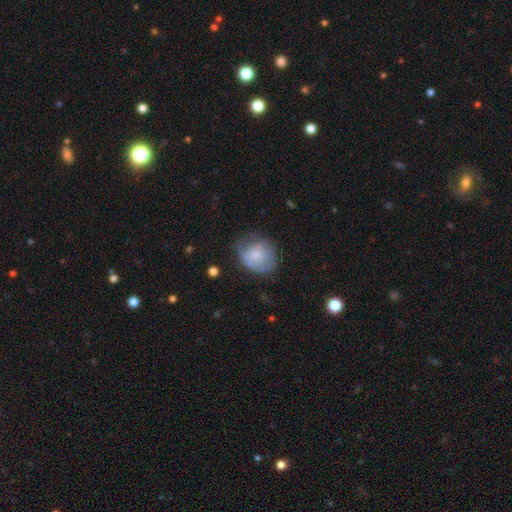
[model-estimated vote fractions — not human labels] Smooth or featured? smooth (70%)
How rounded? round (68%)
Merging? none (50%)